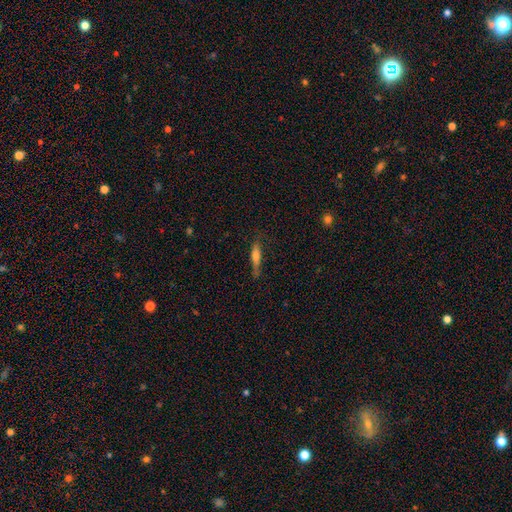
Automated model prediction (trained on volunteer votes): A smooth galaxy with no disk features (51%) that is cigar-shaped (81%). Merging: none (74%).